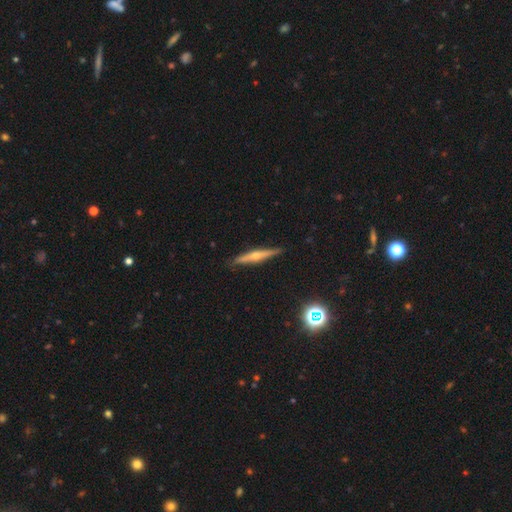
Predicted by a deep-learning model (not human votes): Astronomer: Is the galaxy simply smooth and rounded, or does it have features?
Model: featured or disk — 64%.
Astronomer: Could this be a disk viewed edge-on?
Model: yes — 96%.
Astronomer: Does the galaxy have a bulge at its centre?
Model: rounded — 85%.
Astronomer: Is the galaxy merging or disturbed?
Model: none — 88%.